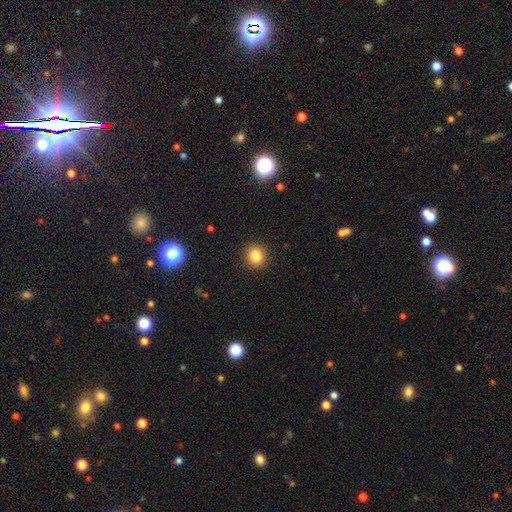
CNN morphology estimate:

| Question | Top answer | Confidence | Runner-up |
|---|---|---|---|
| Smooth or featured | smooth | 83% | star or artifact (12%) |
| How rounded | round | 91% | in between (8%) |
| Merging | none | 91% | minor disturbance (6%) |